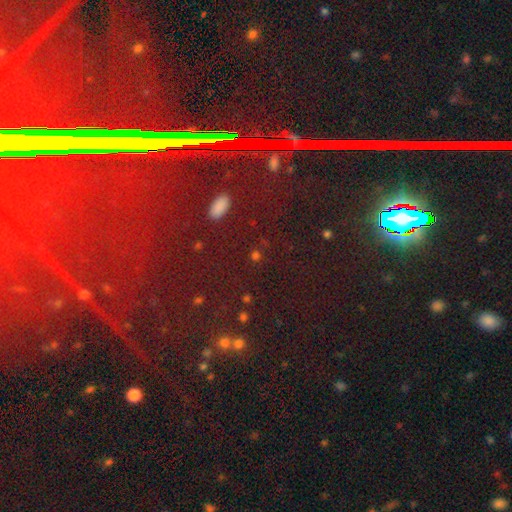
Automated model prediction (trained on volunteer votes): Q: Smooth or featured?
A: star or artifact (59%); runner-up: smooth (33%)